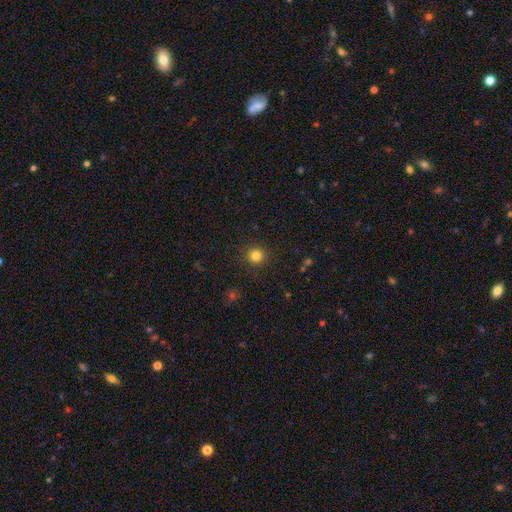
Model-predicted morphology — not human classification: smooth 82%, star or artifact 13%, featured or disk 5%. Down the decision tree: how rounded — round (94%); merging — none (91%).